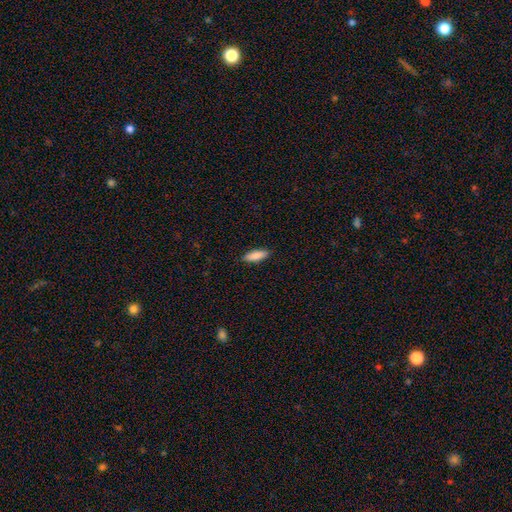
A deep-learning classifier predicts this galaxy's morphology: type=smooth (88%); roundness=in between (59%); merging=none (89%).